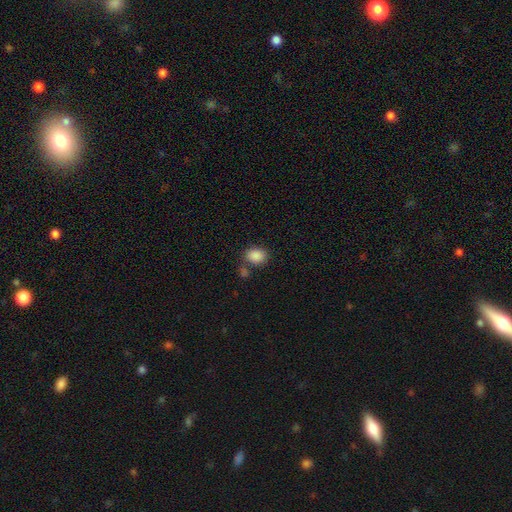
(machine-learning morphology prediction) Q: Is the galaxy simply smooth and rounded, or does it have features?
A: smooth — 88%.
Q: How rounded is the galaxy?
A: in between — 53%.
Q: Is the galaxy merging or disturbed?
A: none — 67%.